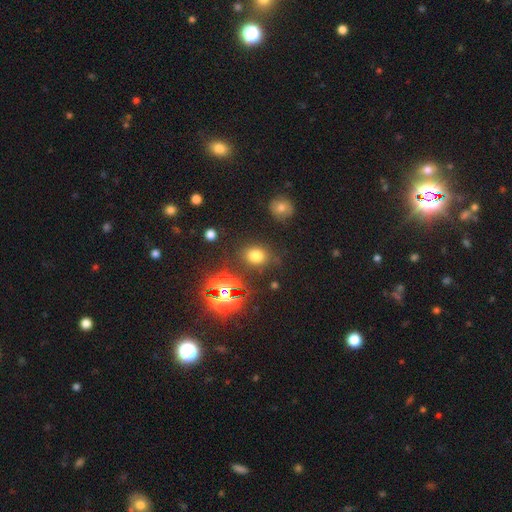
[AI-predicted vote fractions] Overall: smooth (70%). How rounded: round (56%; in between 43%). Merging: none (81%).